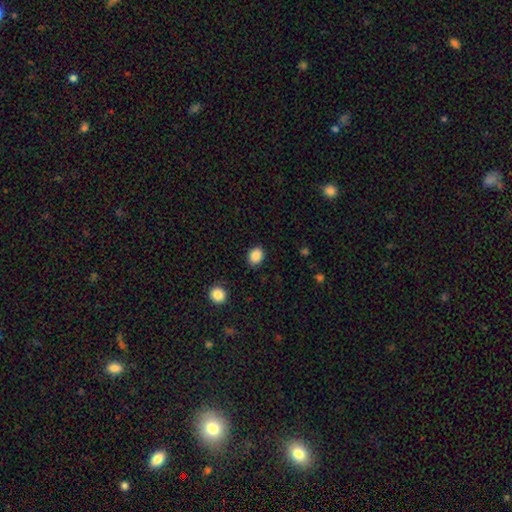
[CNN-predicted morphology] smooth-or-featured: smooth: 88% | star or artifact: 9% | featured or disk: 3%
  how-rounded: in between: 50% | round: 49% | cigar-shaped: 1%
  merging: none: 88% | minor disturbance: 9% | major disturbance: 2% | merger: 1%